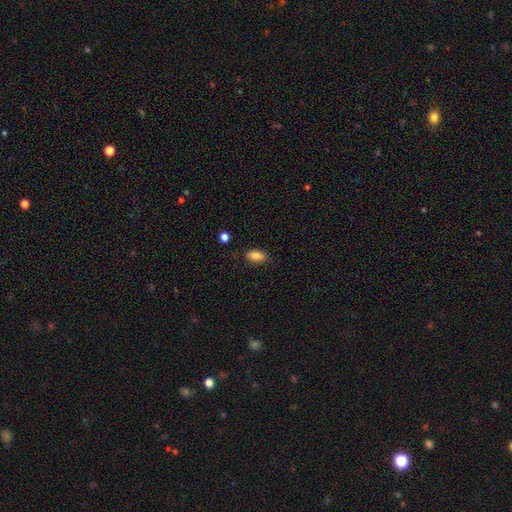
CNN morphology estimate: A smooth galaxy with no disk features (85%) that is in between round and cigar-shaped (90%).

Vote fractions:
- Smooth or featured? smooth: 85% / star or artifact: 9% / featured or disk: 7%
- How rounded? in between: 90% / round: 6% / cigar-shaped: 4%
- Merging? none: 83% / minor disturbance: 12% / major disturbance: 3% / merger: 2%